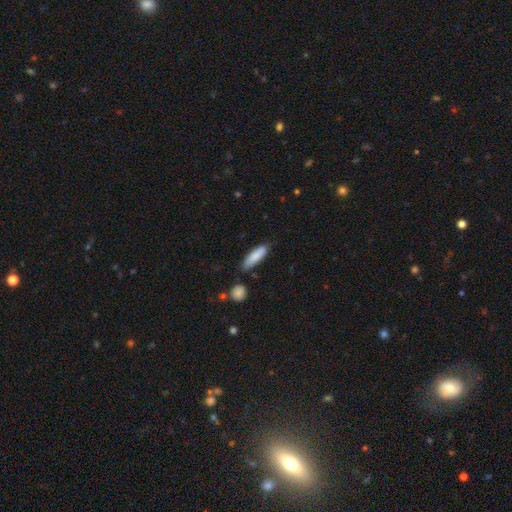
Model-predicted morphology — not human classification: Smooth or featured? smooth (84%)
How rounded? cigar-shaped (54%)
Merging? none (76%)